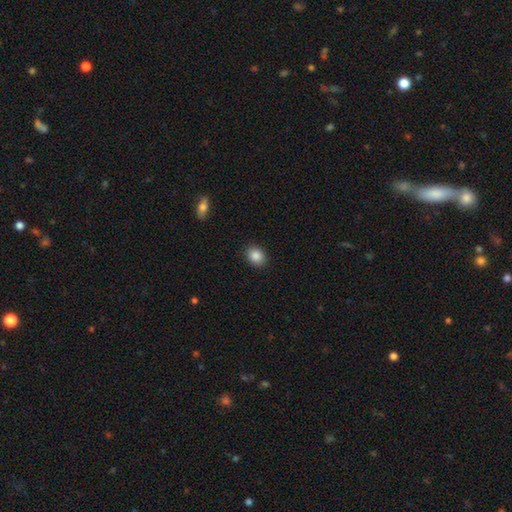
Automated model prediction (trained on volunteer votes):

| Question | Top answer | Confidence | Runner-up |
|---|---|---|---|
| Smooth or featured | smooth | 87% | star or artifact (9%) |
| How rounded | in between | 51% | round (48%) |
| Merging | none | 90% | minor disturbance (7%) |